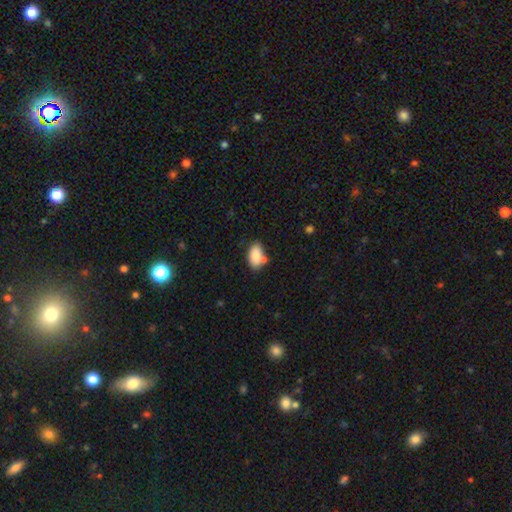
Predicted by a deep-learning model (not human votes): Overall: smooth (82%). How rounded: in between (92%). Merging: none (64%).